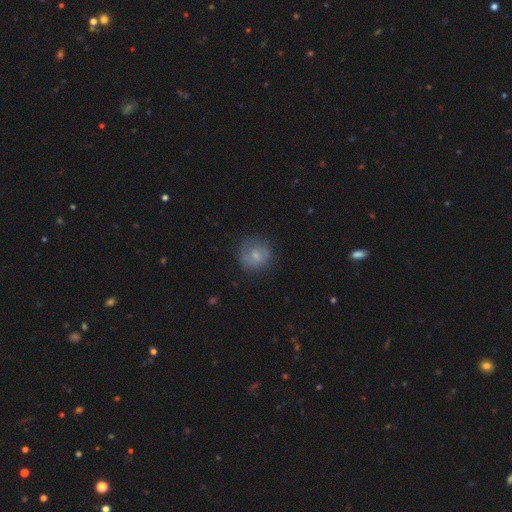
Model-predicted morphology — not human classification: Smooth or featured? Predicted: smooth (p=0.66). How rounded? Predicted: round (p=0.88). Merging? Predicted: none (p=0.72).